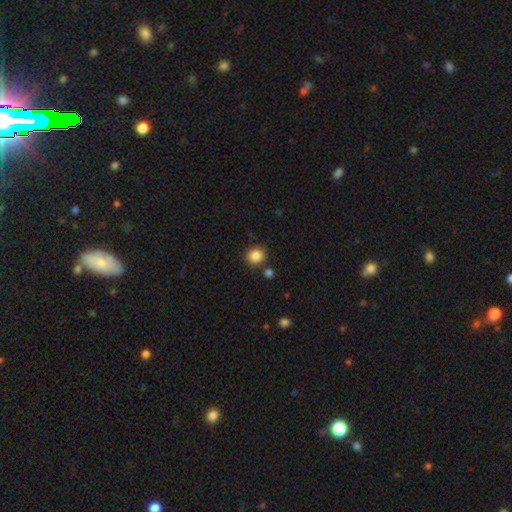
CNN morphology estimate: The model was most divided on "how rounded": round: 84%, in between: 15%, cigar-shaped: 1%. More confident: smooth or featured — smooth (86%); merging — none (85%).